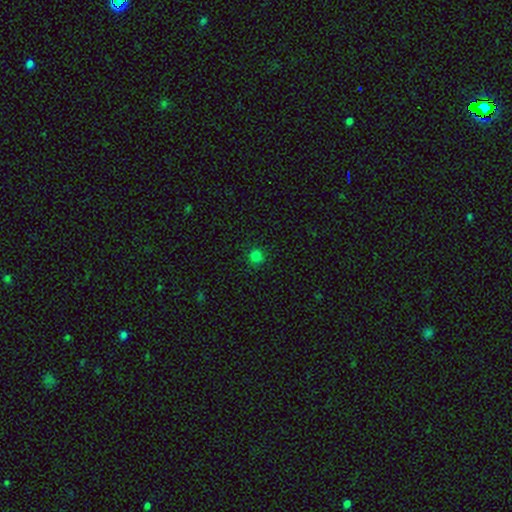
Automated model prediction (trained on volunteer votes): Smooth or featured? Predicted: smooth (p=0.81). How rounded? Predicted: round (p=0.92). Merging? Predicted: none (p=0.89).